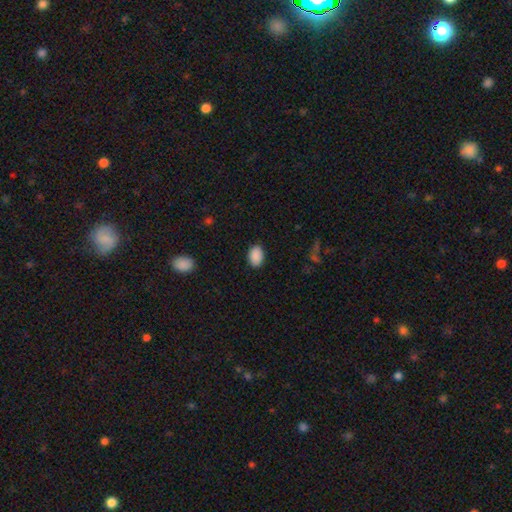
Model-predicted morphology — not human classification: Overall: smooth (90%). How rounded: in between (86%). Merging: none (88%).